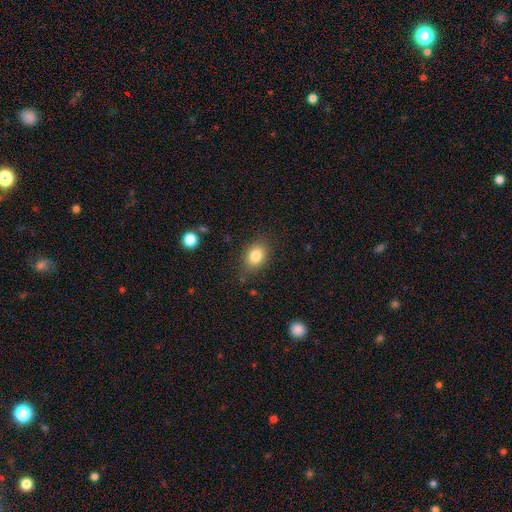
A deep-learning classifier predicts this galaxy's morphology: Overall: smooth (82%). How rounded: in between (74%). Merging: none (81%).